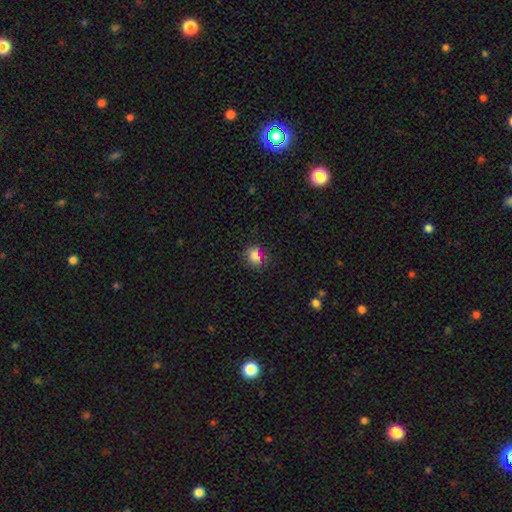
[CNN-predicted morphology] This appears to be a smooth galaxy with no disk features (78%) that is round (63%). Merging: none (77%).